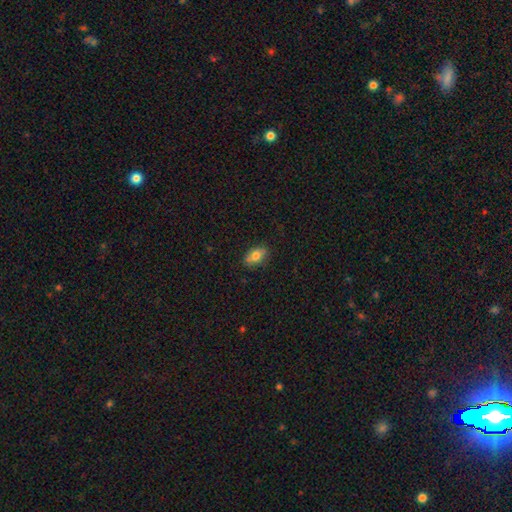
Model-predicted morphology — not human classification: Q: Smooth or featured?
A: smooth (74%); runner-up: featured or disk (18%)
Q: How rounded?
A: in between (86%); runner-up: round (8%)
Q: Merging?
A: none (83%); runner-up: minor disturbance (13%)